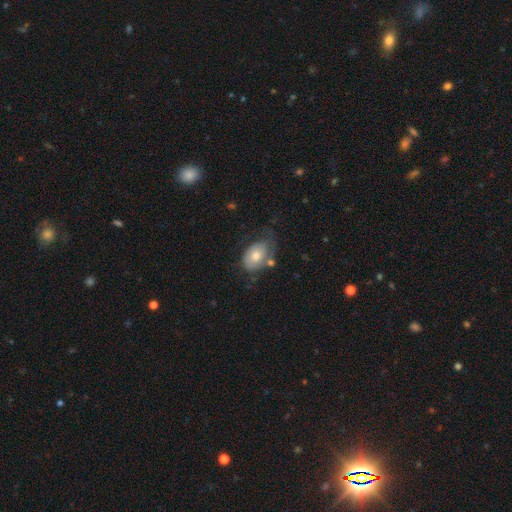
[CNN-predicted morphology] Smooth or featured? Predicted: smooth (p=0.58). How rounded? Predicted: in between (p=0.85). Merging? Predicted: none (p=0.43).